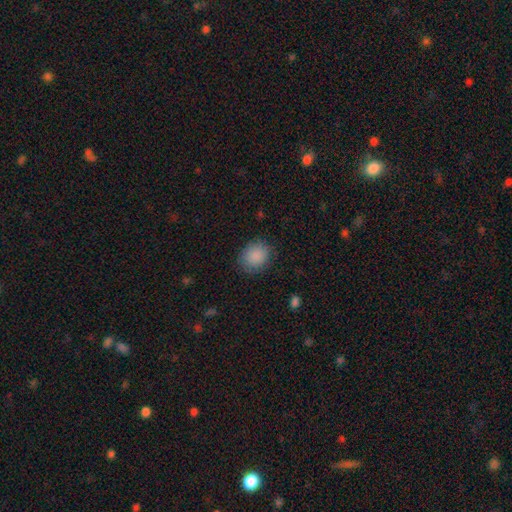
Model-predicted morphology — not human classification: A smooth galaxy with no disk features (88%) that is round (65%). Merging: none (84%).